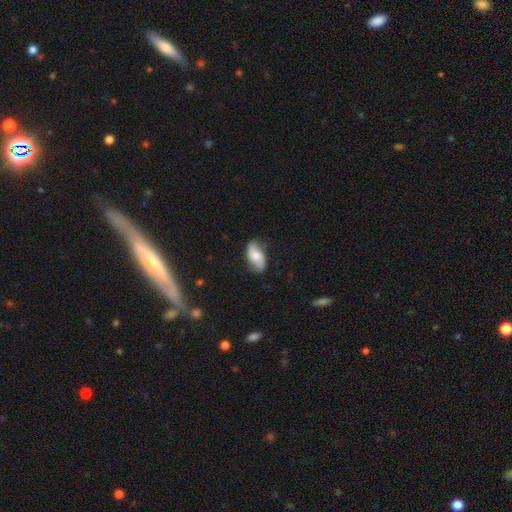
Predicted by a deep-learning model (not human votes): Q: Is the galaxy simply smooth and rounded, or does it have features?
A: smooth — 53%.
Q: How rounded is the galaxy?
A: in between — 92%.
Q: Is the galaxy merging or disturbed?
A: none — 75%.